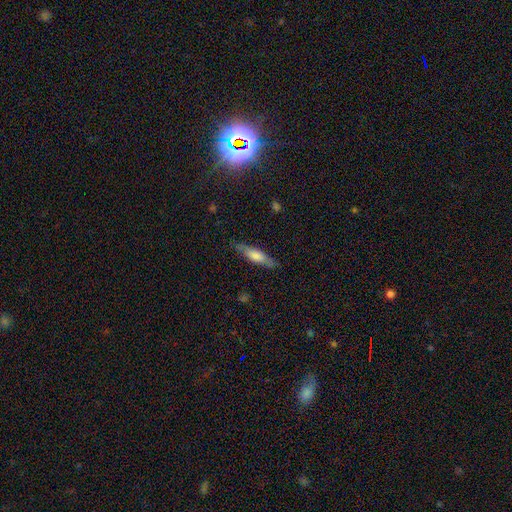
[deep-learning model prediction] smooth_or_featured: smooth (p=0.61) [alt: featured or disk p=0.33]
how_rounded: cigar-shaped (p=0.68) [alt: in between p=0.30]
merging: none (p=0.81) [alt: minor disturbance p=0.15]